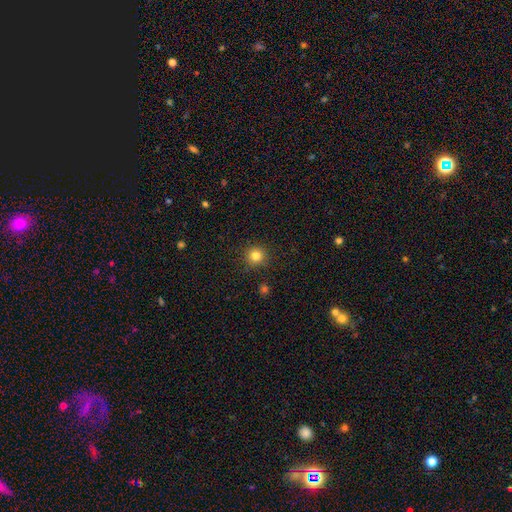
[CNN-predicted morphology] Smooth or featured? Predicted: smooth (p=0.82). How rounded? Predicted: round (p=0.94). Merging? Predicted: none (p=0.91).